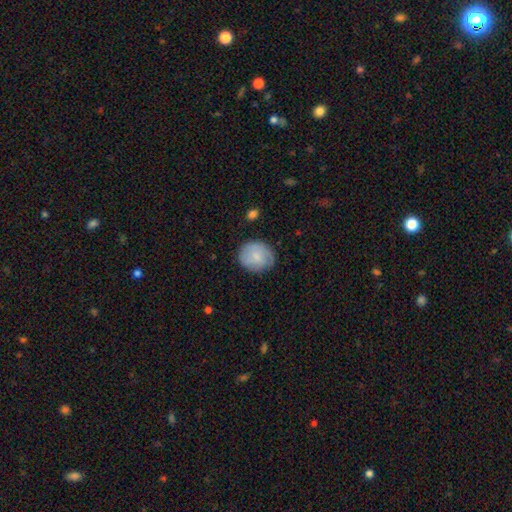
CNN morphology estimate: A smooth galaxy with no disk features (71%) that is round (75%). Merging: none (75%).